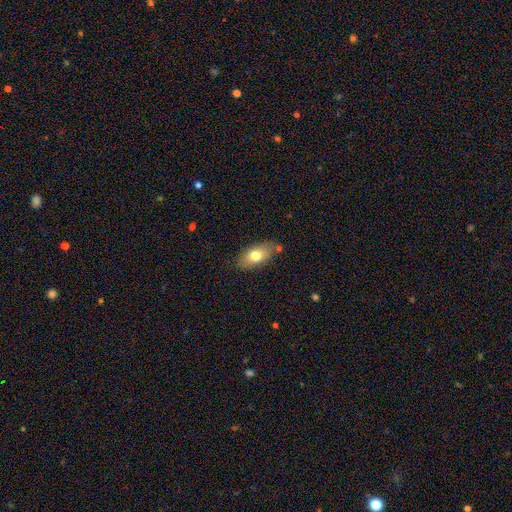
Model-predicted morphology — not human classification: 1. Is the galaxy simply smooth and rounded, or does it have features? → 74% smooth, 19% featured or disk, 8% star or artifact.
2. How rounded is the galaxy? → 87% in between, 6% cigar-shaped, 6% round.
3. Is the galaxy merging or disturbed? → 77% none, 15% minor disturbance, 4% merger, 3% major disturbance.